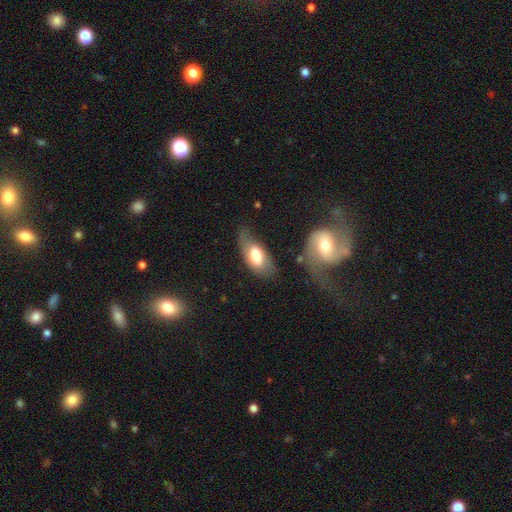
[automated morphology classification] smooth-or-featured: smooth: 66% | featured or disk: 27% | star or artifact: 7%
  how-rounded: in between: 88% | cigar-shaped: 8% | round: 4%
  merging: none: 50% | minor disturbance: 29% | major disturbance: 15% | merger: 6%